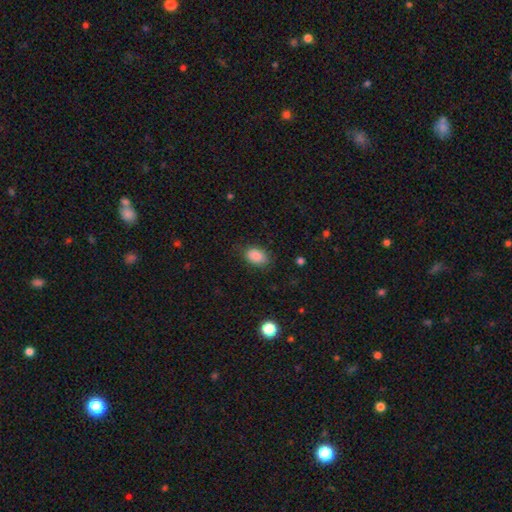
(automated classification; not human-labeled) Smooth or featured? Predicted: smooth (p=0.86). How rounded? Predicted: in between (p=0.83). Merging? Predicted: none (p=0.80).